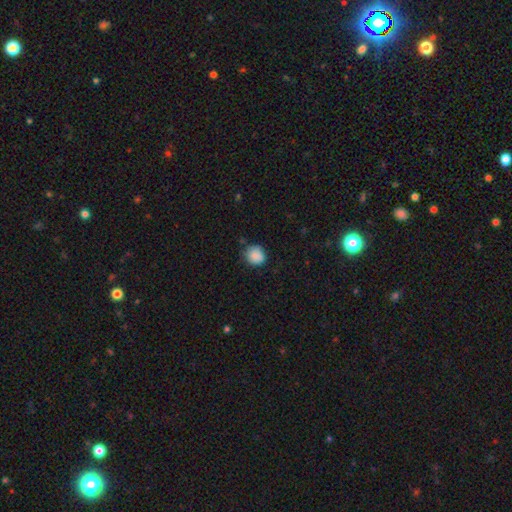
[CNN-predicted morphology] Q: Smooth or featured?
A: smooth (87%); runner-up: star or artifact (9%)
Q: How rounded?
A: round (88%); runner-up: in between (11%)
Q: Merging?
A: none (75%); runner-up: minor disturbance (20%)